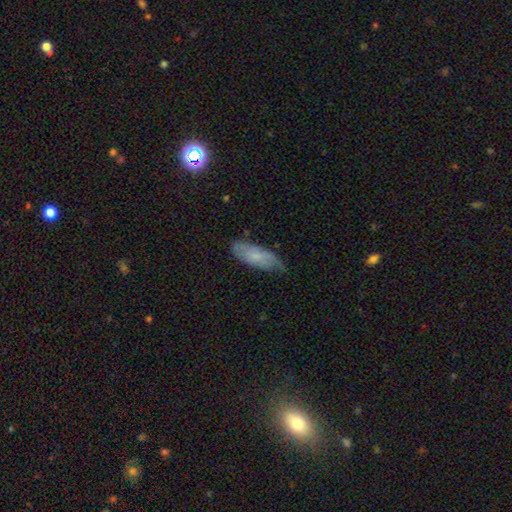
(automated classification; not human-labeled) A smooth galaxy with no disk features (69%) that is in between round and cigar-shaped (67%).

Vote fractions:
- Smooth or featured? smooth: 69% / featured or disk: 25% / star or artifact: 7%
- How rounded? in between: 67% / cigar-shaped: 31% / round: 2%
- Merging? none: 61% / minor disturbance: 31% / major disturbance: 6% / merger: 2%